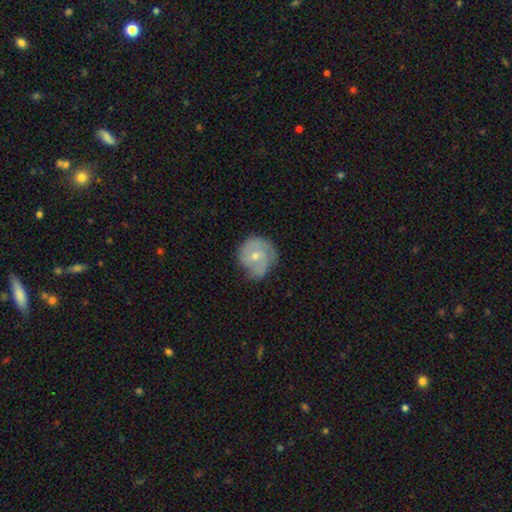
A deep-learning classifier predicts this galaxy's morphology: type=featured or disk (63%); edge-on=no (98%); bar=no (63%); spiral arms=yes (87%); winding=tight (45%); arm count=2 (43%); bulge=small (54%); merging=none (59%).